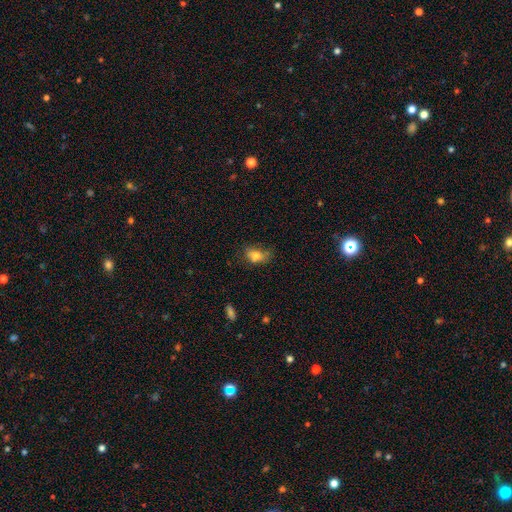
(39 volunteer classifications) Smooth or featured?
  - smooth: 59% *
  - featured or disk: 31%
  - star or artifact: 10%
How rounded?
  - in between: 78% *
  - round: 22%
  - cigar-shaped: 0%
Merging?
  - none: 46% *
  - major disturbance: 31%
  - minor disturbance: 20%
  - merger: 3%